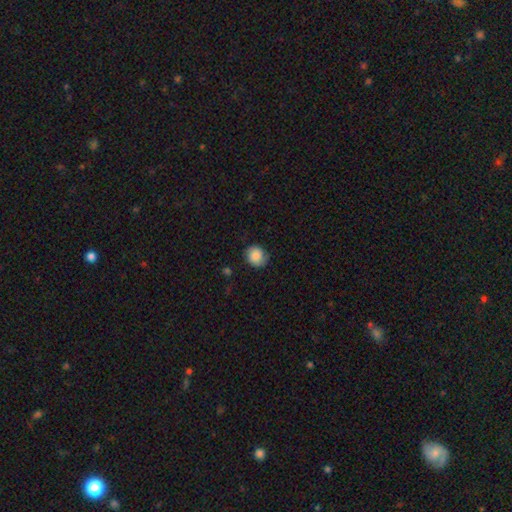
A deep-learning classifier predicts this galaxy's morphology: type=smooth (74%); roundness=round (79%); merging=none (74%).